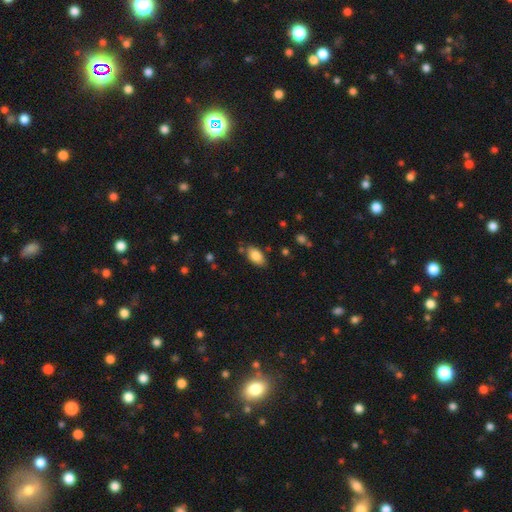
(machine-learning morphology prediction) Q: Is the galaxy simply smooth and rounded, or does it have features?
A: smooth — 85%.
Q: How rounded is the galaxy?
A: in between — 92%.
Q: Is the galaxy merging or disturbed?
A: none — 77%.